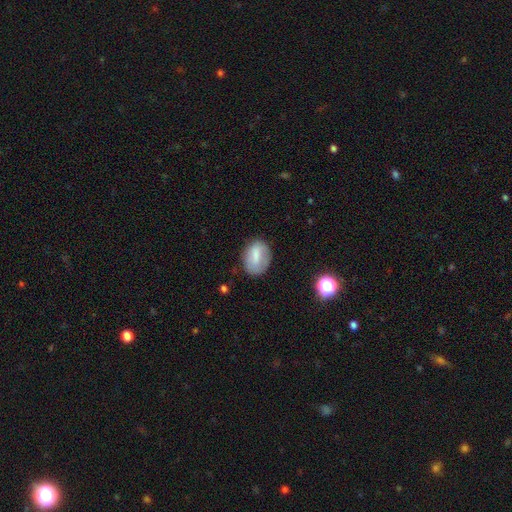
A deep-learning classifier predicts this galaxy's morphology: smooth_or_featured: smooth (p=0.70) [alt: featured or disk p=0.22]
how_rounded: in between (p=0.77) [alt: round p=0.21]
merging: none (p=0.70) [alt: minor disturbance p=0.21]